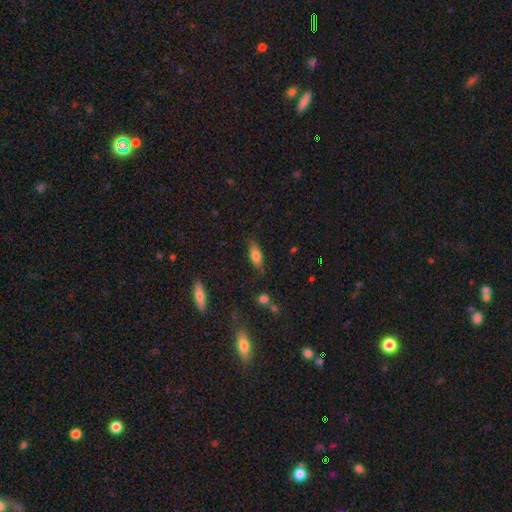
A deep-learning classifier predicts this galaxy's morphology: The model was most divided on "how rounded": in between: 69%, cigar-shaped: 27%, round: 3%. More confident: merging — none (74%); smooth or featured — smooth (70%).